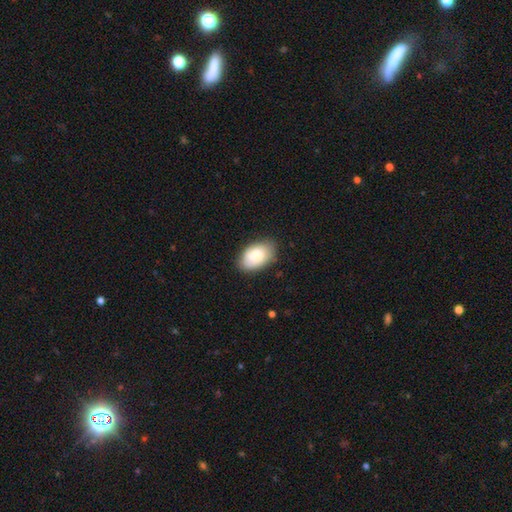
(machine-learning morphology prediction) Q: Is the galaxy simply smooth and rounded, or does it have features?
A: smooth — 80%.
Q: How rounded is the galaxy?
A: in between — 92%.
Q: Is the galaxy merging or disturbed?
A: none — 79%.